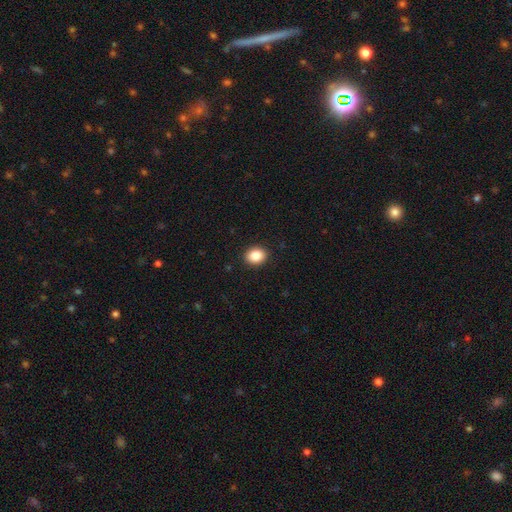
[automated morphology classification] Smooth or featured?
  - smooth: 87% *
  - star or artifact: 9%
  - featured or disk: 5%
How rounded?
  - round: 52% *
  - in between: 47%
  - cigar-shaped: 1%
Merging?
  - none: 91% *
  - minor disturbance: 6%
  - major disturbance: 2%
  - merger: 1%